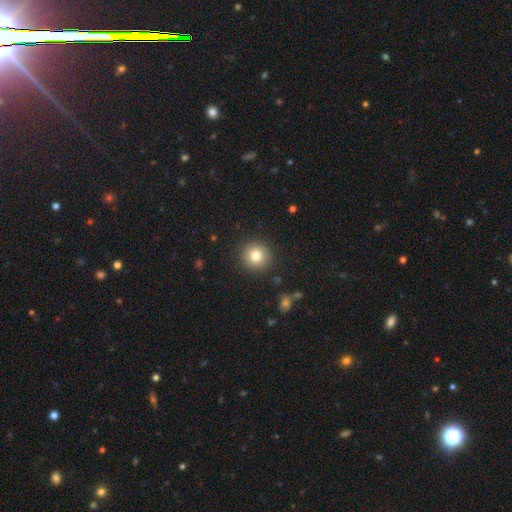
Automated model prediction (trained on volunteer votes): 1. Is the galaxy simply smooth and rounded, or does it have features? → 80% smooth, 11% star or artifact, 9% featured or disk.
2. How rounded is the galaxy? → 93% round, 6% in between, 1% cigar-shaped.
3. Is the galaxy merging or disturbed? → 91% none, 6% minor disturbance, 2% major disturbance, 1% merger.